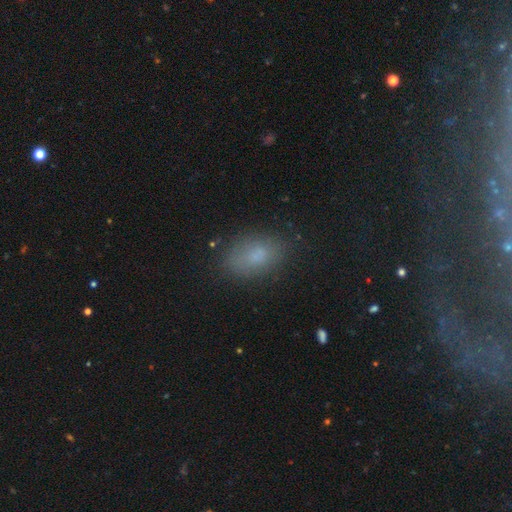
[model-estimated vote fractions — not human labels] Smooth or featured?
  - smooth: 79% *
  - star or artifact: 12%
  - featured or disk: 9%
How rounded?
  - in between: 88% *
  - round: 10%
  - cigar-shaped: 2%
Merging?
  - none: 76% *
  - minor disturbance: 17%
  - major disturbance: 5%
  - merger: 2%